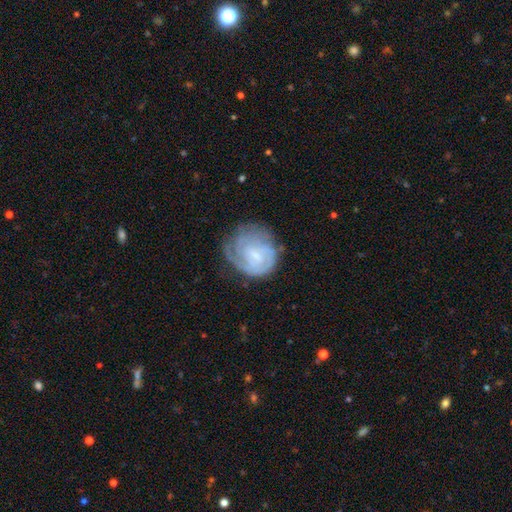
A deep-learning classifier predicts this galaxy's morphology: This appears to be a featured or disk galaxy (70%) with a weak bar (48%), tight (62%) spiral arms (87%) and a small central bulge (65%). Merging: none (49%).